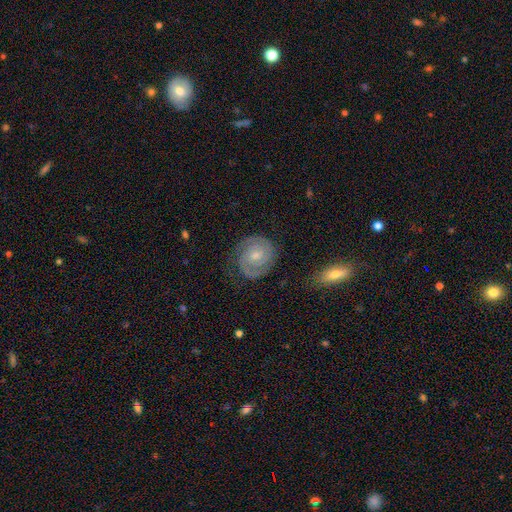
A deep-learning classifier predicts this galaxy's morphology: This is clearly a featured or disk galaxy (84%). It is clearly not viewed edge-on (97%). Bar: possibly no (59%). Spiral arm pattern: clearly yes (97%). Spiral arm count: clearly 2 (85%). Spiral winding: likely tight (68%). Central bulge: possibly small (49%). Merging: clearly none (80%).